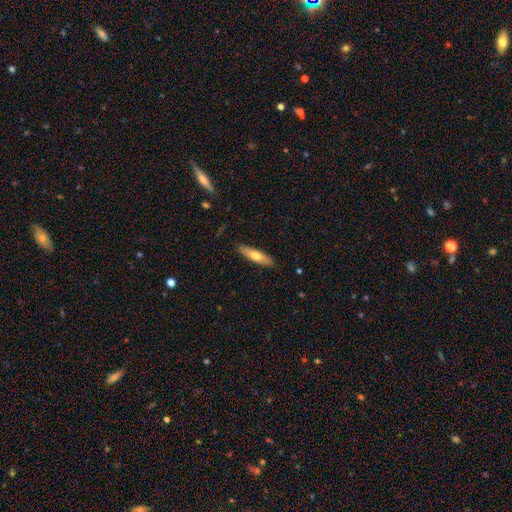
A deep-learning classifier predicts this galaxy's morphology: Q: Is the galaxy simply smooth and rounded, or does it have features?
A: smooth — 62%.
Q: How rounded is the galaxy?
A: cigar-shaped — 72%.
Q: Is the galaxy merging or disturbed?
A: none — 88%.